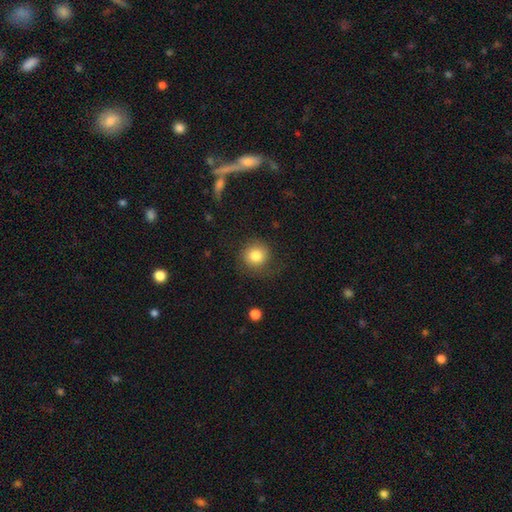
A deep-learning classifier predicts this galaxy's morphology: The model was most divided on "merging": none: 73%, minor disturbance: 16%, major disturbance: 9%, merger: 1%. More confident: how rounded — round (89%); smooth or featured — smooth (80%).